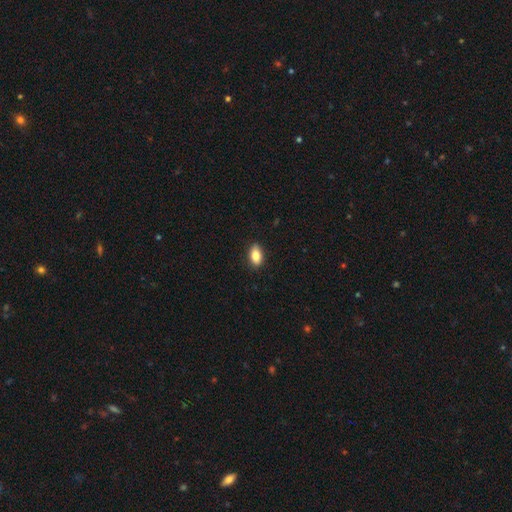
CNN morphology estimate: type=smooth (83%); roundness=in between (89%); merging=none (88%).